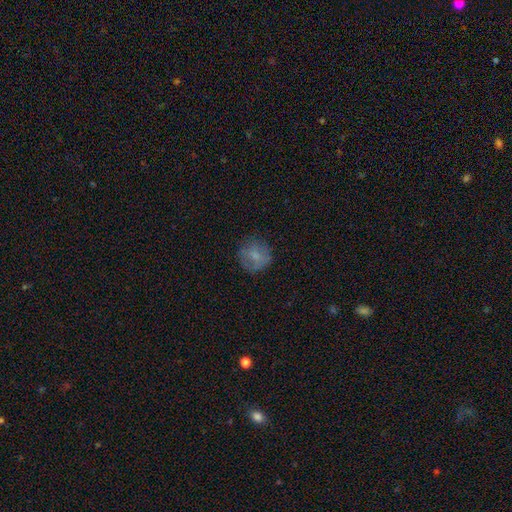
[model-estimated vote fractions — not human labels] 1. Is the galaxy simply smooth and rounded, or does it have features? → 70% smooth, 20% featured or disk, 10% star or artifact.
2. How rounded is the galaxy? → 89% round, 10% in between, 1% cigar-shaped.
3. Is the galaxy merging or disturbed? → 75% none, 16% minor disturbance, 7% major disturbance, 1% merger.